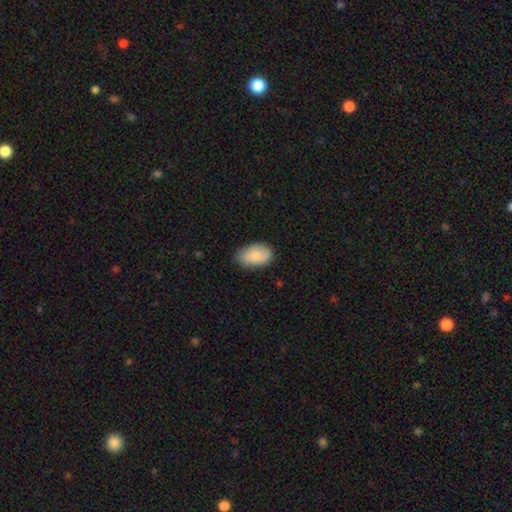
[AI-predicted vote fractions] smooth-or-featured: smooth: 85% | featured or disk: 9% | star or artifact: 6%
  how-rounded: in between: 92% | round: 6% | cigar-shaped: 1%
  merging: none: 76% | minor disturbance: 20% | major disturbance: 3% | merger: 1%